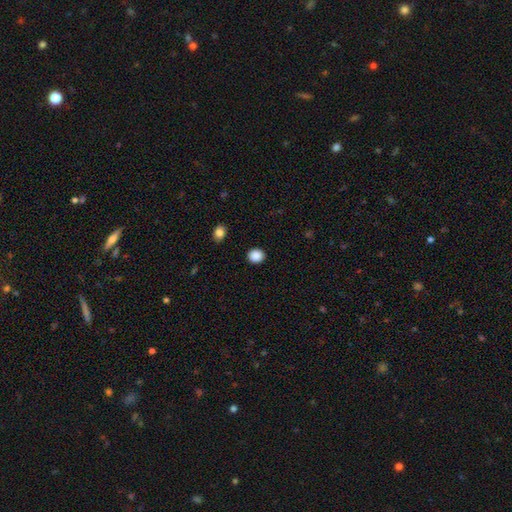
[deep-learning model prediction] The model was most divided on "how rounded": round: 77%, in between: 22%, cigar-shaped: 1%. More confident: merging — none (92%); smooth or featured — smooth (89%).